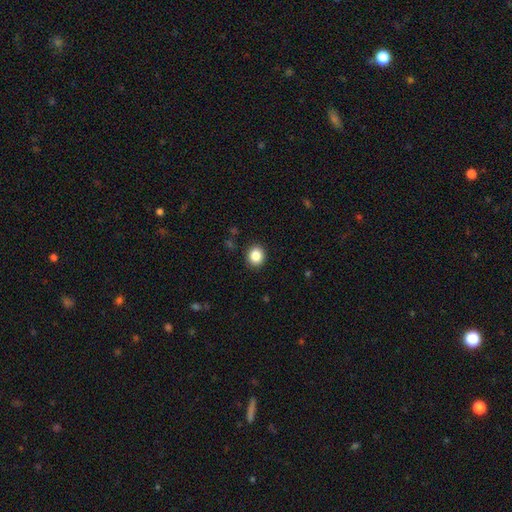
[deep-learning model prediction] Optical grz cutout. It shows a smooth galaxy with no disk features (86%) that is round (77%). Merging: none (91%).